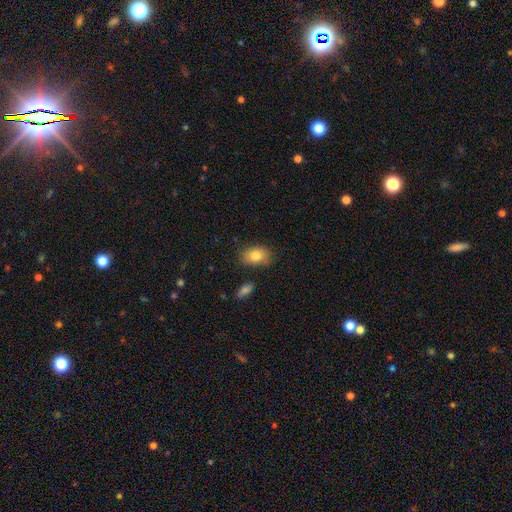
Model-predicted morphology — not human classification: This is clearly a smooth galaxy (81%). How rounded: likely in between (80%). Merging: likely none (77%).